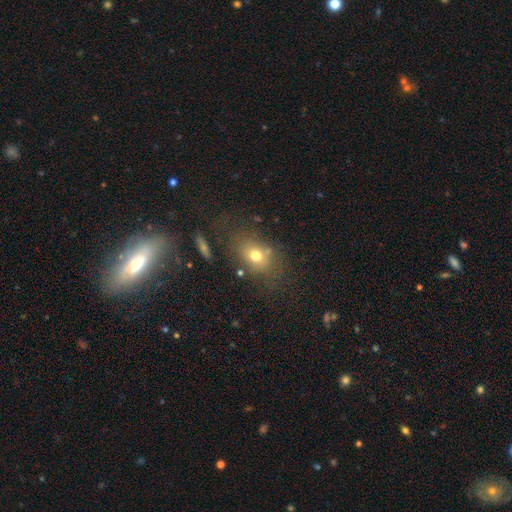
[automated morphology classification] Q: Smooth or featured?
A: smooth (70%); runner-up: featured or disk (15%)
Q: How rounded?
A: in between (58%); runner-up: round (40%)
Q: Merging?
A: none (63%); runner-up: minor disturbance (18%)